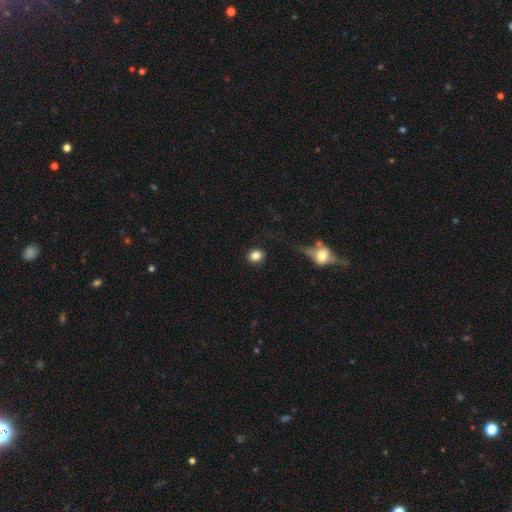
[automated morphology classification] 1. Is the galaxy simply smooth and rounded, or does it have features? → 83% smooth, 10% star or artifact, 7% featured or disk.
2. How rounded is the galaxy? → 64% round, 35% in between, 1% cigar-shaped.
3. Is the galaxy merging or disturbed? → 85% none, 9% minor disturbance, 4% major disturbance, 2% merger.